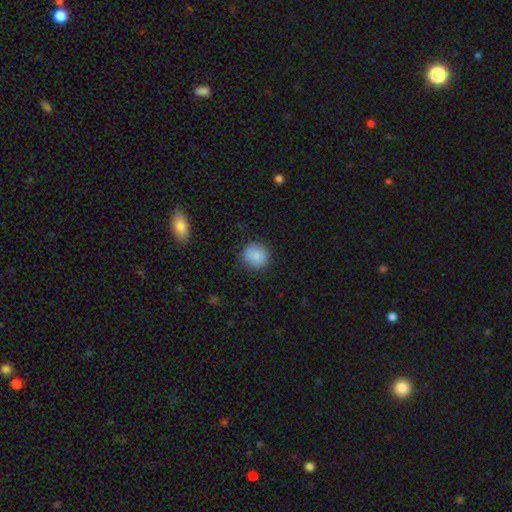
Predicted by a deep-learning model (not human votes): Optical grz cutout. It shows a smooth galaxy with no disk features (87%) that is round (85%). Merging: none (85%).